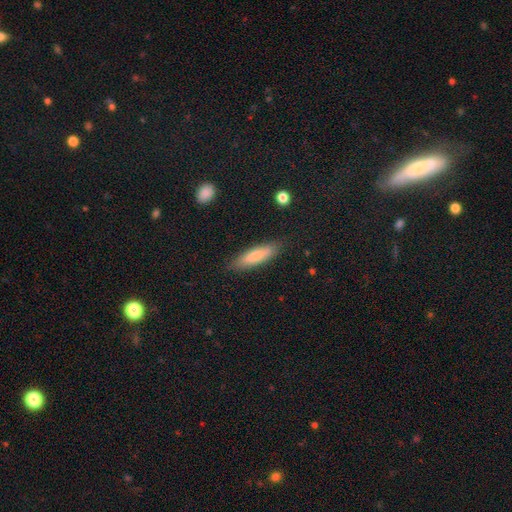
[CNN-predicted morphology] Smooth or featured? smooth (79%)
How rounded? cigar-shaped (70%)
Merging? none (84%)